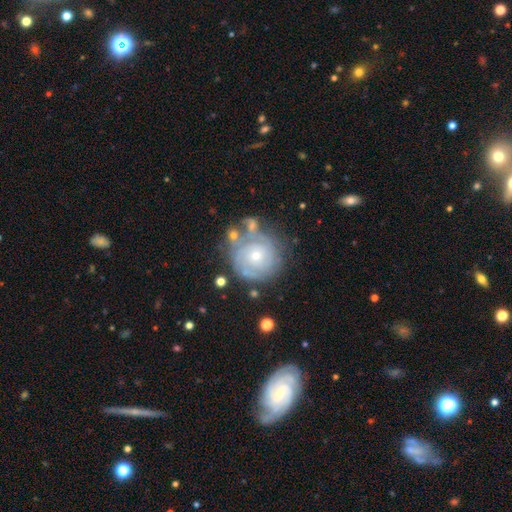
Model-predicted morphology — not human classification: A featured or disk galaxy (76%) with no bar (81%), tight (78%) spiral arms (89%) and a small central bulge (58%). Merging: none (66%).